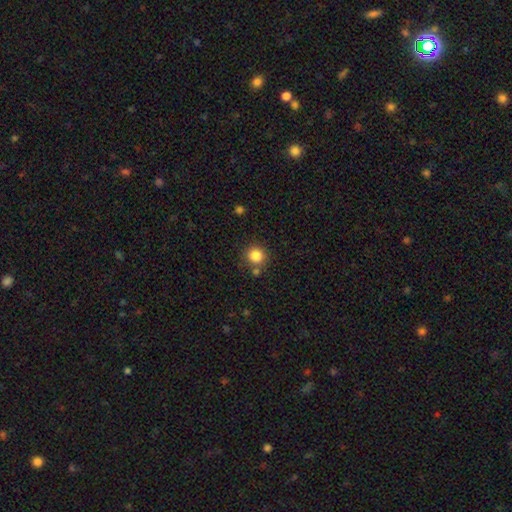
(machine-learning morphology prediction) Smooth or featured: smooth — 84% (star or artifact — 11%)
How rounded: round — 90% (in between — 9%)
Merging: none — 78% (merger — 10%)